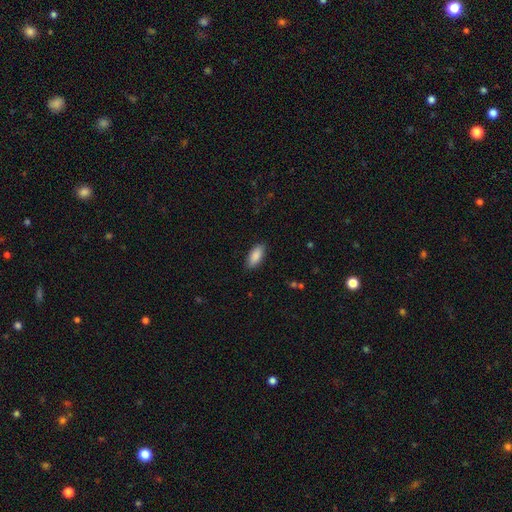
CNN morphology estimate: Smooth or featured? Predicted: smooth (p=0.88). How rounded? Predicted: in between (p=0.87). Merging? Predicted: none (p=0.86).